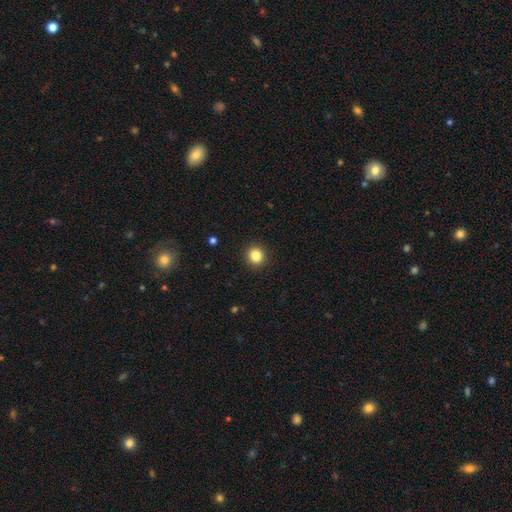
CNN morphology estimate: This is clearly a smooth galaxy (85%). How rounded: clearly round (87%). Merging: clearly none (92%).